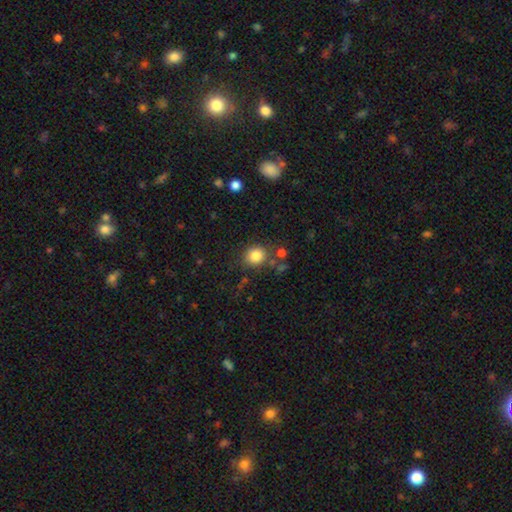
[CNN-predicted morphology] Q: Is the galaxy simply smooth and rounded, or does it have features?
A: smooth — 83%.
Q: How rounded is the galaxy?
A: round — 79%.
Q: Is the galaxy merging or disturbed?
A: none — 76%.